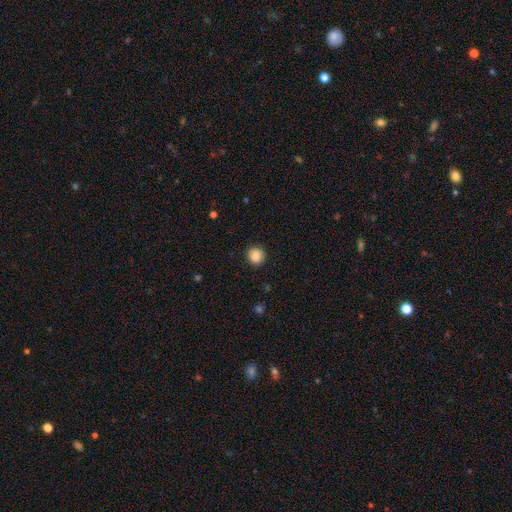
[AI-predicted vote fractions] Q: Smooth or featured?
A: smooth (86%); runner-up: star or artifact (9%)
Q: How rounded?
A: round (88%); runner-up: in between (11%)
Q: Merging?
A: none (90%); runner-up: minor disturbance (7%)